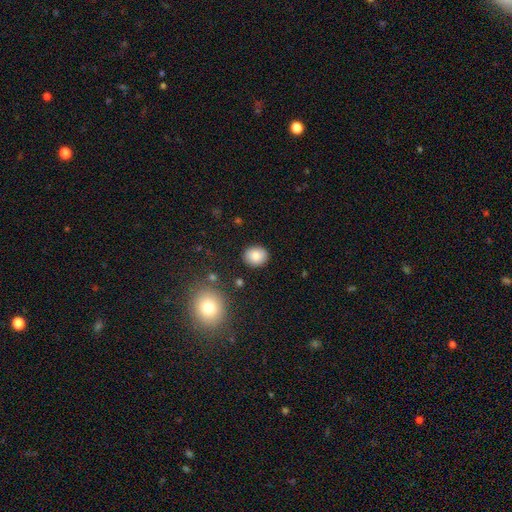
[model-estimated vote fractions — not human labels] This is clearly a smooth galaxy (84%). How rounded: likely round (64%). Merging: clearly none (87%).